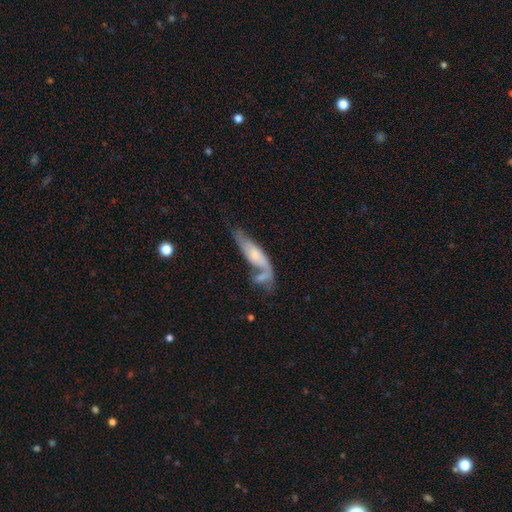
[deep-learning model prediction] Overall: featured or disk (48%; smooth 45%). Merging: merger (37%; none 31%).